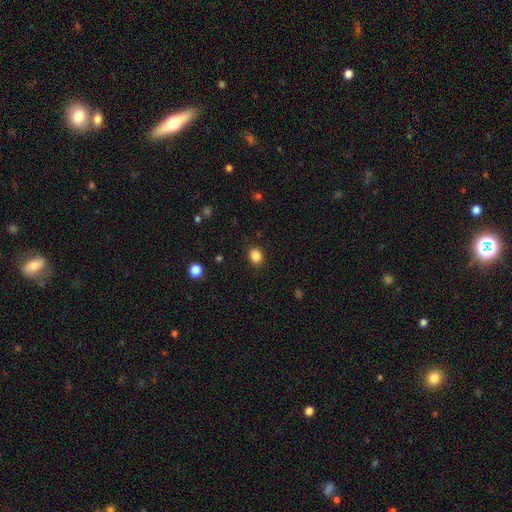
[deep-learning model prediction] Q: Smooth or featured?
A: smooth (85%); runner-up: star or artifact (11%)
Q: How rounded?
A: round (67%); runner-up: in between (32%)
Q: Merging?
A: none (89%); runner-up: minor disturbance (8%)